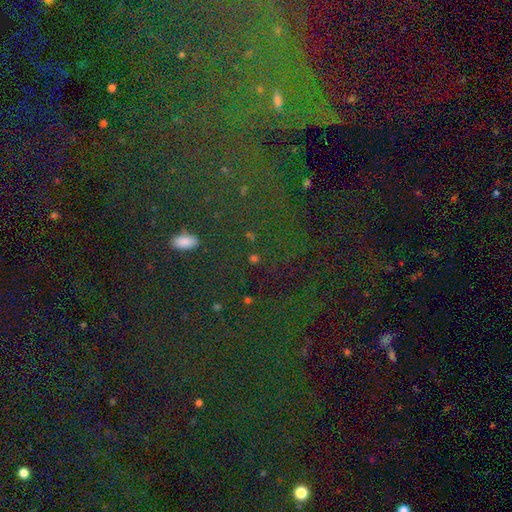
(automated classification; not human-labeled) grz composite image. It shows a star or artifact, not a galaxy (75%).